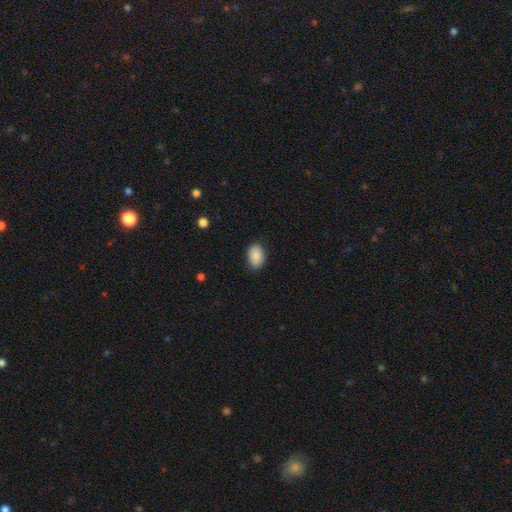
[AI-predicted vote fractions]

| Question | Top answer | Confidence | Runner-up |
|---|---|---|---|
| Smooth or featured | smooth | 86% | star or artifact (7%) |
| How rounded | in between | 86% | round (13%) |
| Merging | none | 84% | minor disturbance (12%) |